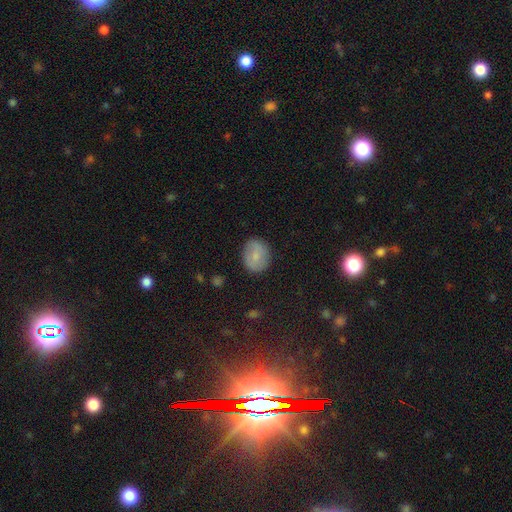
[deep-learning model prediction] This is likely a smooth galaxy (73%). How rounded: possibly round (59%). Merging: clearly none (84%).